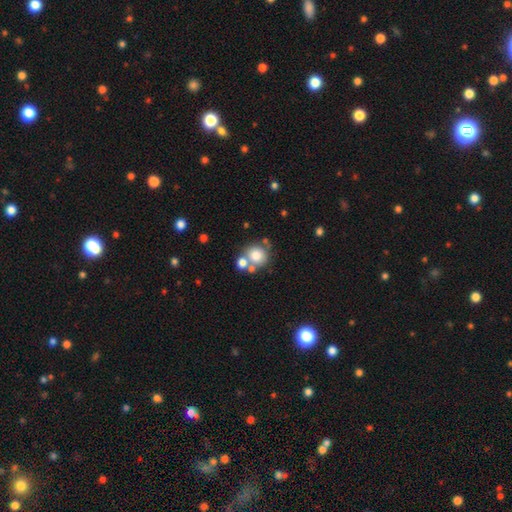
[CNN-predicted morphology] Smooth or featured? smooth (75%)
How rounded? round (85%)
Merging? none (53%)